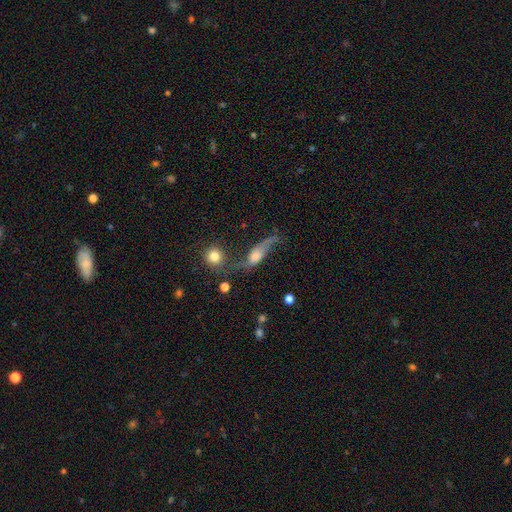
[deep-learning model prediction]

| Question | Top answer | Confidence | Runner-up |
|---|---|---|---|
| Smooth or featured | featured or disk | 67% | smooth (23%) |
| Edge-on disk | no | 78% | yes (22%) |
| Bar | no | 63% | weak (29%) |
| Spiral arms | yes | 86% | no (14%) |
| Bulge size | moderate | 45% | small (24%) |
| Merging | none | 40% | major disturbance (25%) |